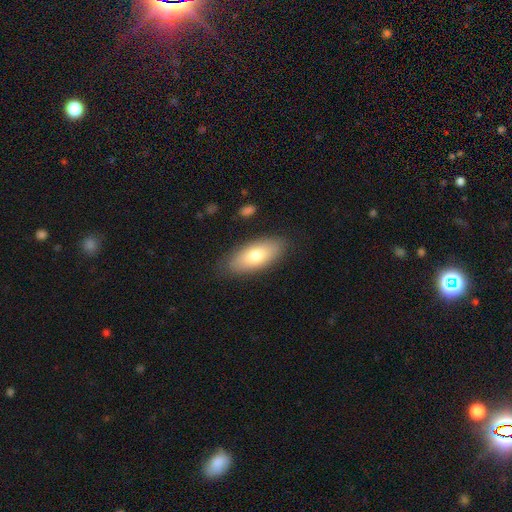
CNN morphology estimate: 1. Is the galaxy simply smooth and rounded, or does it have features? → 74% smooth, 20% featured or disk, 6% star or artifact.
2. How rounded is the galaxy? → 84% in between, 14% cigar-shaped, 3% round.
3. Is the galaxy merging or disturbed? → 85% none, 11% minor disturbance, 3% major disturbance, 1% merger.